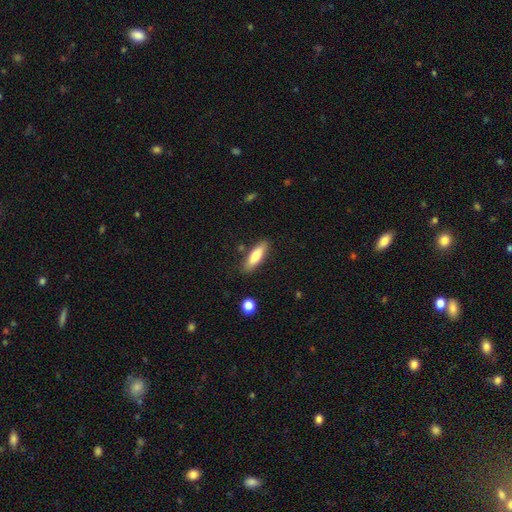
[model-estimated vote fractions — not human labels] Overall: smooth (72%). How rounded: cigar-shaped (56%; in between 42%). Merging: none (82%).